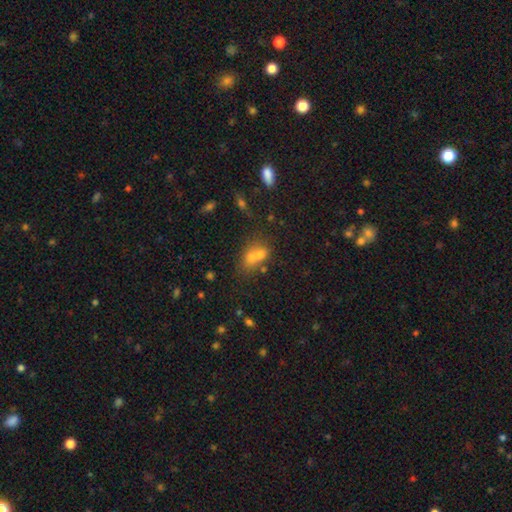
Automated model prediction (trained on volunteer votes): smooth 62%, featured or disk 22%, star or artifact 16%. Down the decision tree: how rounded — in between (55%); merging — merger (62%).